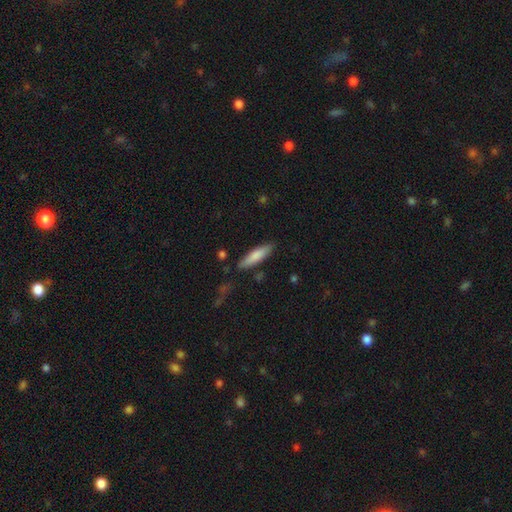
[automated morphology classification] The model was most divided on "how rounded": cigar-shaped: 70%, in between: 28%, round: 1%. More confident: merging — none (84%); smooth or featured — smooth (80%).